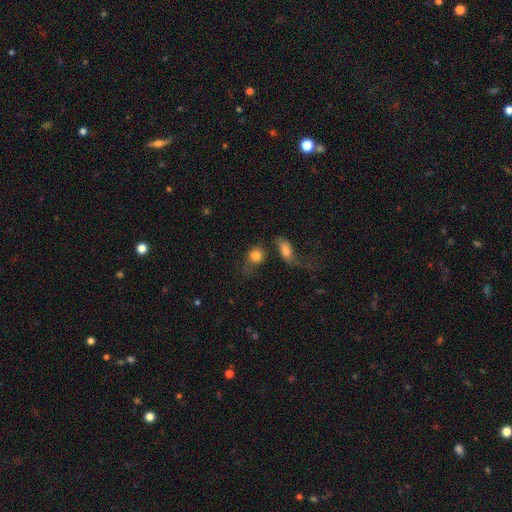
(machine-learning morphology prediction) Q: Smooth or featured?
A: smooth (78%); runner-up: featured or disk (13%)
Q: How rounded?
A: round (64%); runner-up: in between (34%)
Q: Merging?
A: none (37%); runner-up: merger (27%)